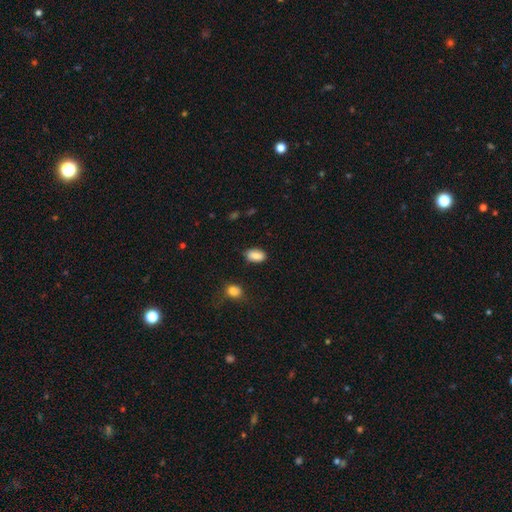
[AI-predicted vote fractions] Morphology: type=smooth (86%); roundness=in between (91%); merging=none (79%).